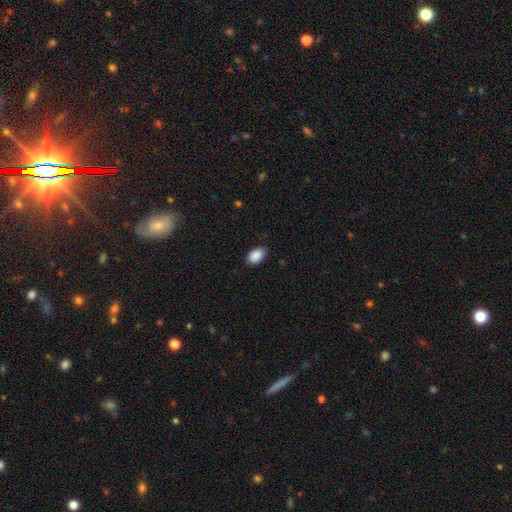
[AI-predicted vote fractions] Morphology: type=smooth (90%); roundness=in between (88%); merging=none (84%).